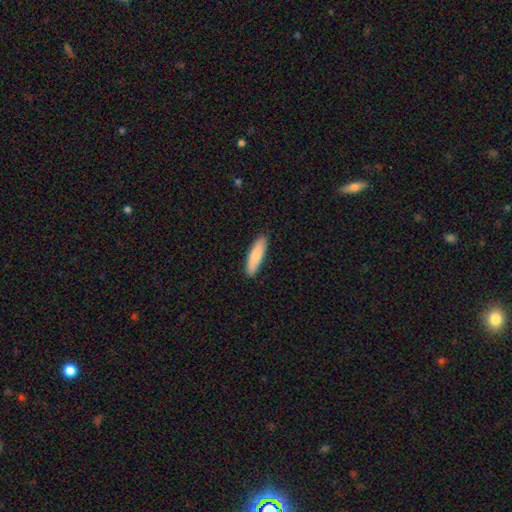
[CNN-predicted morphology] smooth-or-featured: smooth: 81% | featured or disk: 13% | star or artifact: 5%
  how-rounded: cigar-shaped: 67% | in between: 31% | round: 1%
  merging: none: 89% | minor disturbance: 8% | major disturbance: 1% | merger: 1%